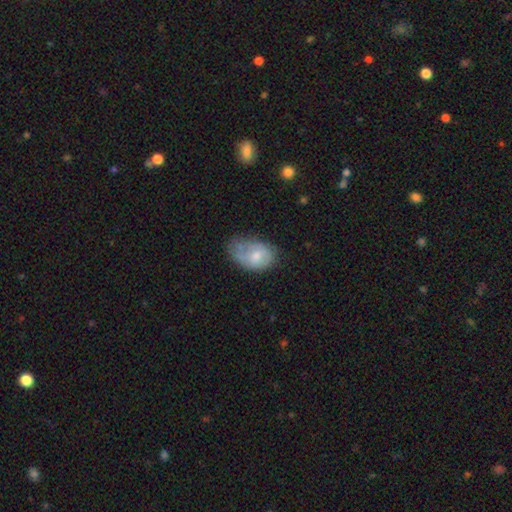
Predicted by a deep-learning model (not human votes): smooth-or-featured: smooth: 59% | featured or disk: 33% | star or artifact: 7%
  how-rounded: in between: 85% | round: 14% | cigar-shaped: 1%
  merging: minor disturbance: 39% | none: 36% | major disturbance: 22% | merger: 4%